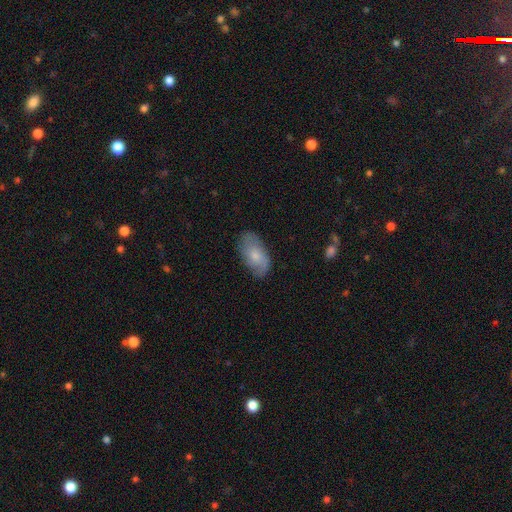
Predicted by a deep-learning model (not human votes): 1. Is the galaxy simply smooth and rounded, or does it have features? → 59% smooth, 35% featured or disk, 6% star or artifact.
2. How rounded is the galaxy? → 93% in between, 4% round, 3% cigar-shaped.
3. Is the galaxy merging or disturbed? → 72% none, 21% minor disturbance, 5% major disturbance, 1% merger.